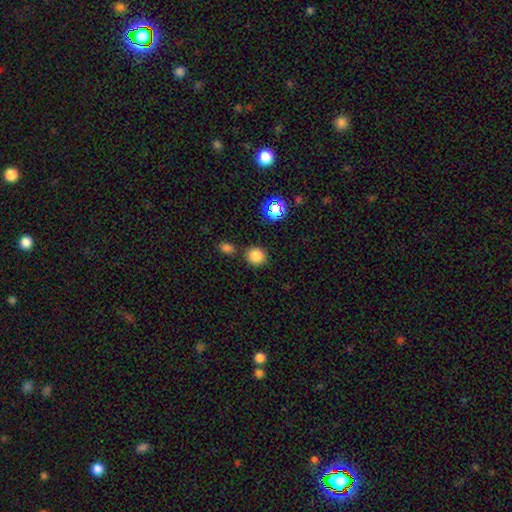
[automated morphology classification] The model was most divided on "smooth or featured": smooth: 82%, star or artifact: 13%, featured or disk: 5%. More confident: how rounded — round (85%); merging — none (79%).